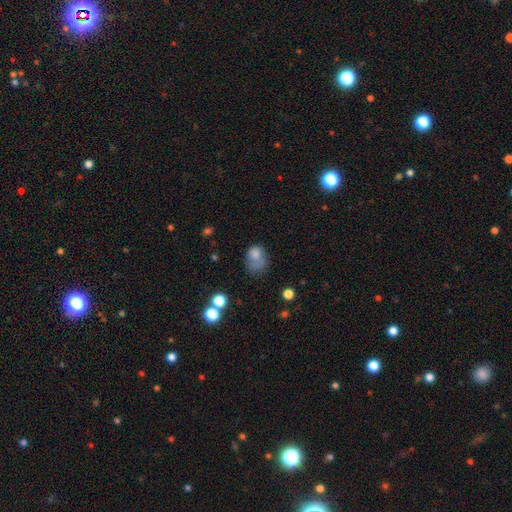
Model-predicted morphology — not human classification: A smooth galaxy with no disk features (73%) that is in between round and cigar-shaped (59%). Merging: major disturbance (34%).